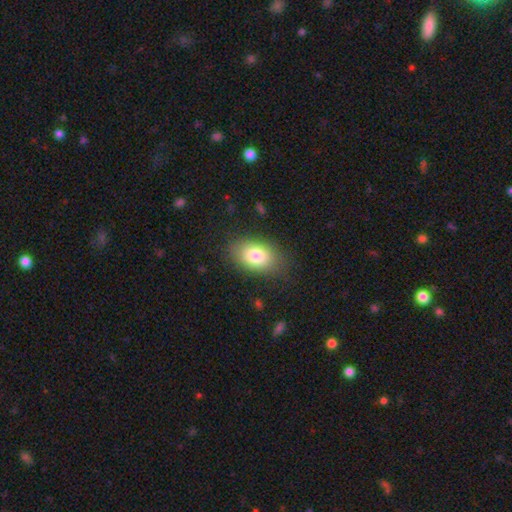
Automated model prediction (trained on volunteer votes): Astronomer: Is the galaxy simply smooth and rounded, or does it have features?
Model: smooth — 80%.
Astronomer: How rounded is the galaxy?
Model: in between — 87%.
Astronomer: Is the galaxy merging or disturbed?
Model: none — 81%.